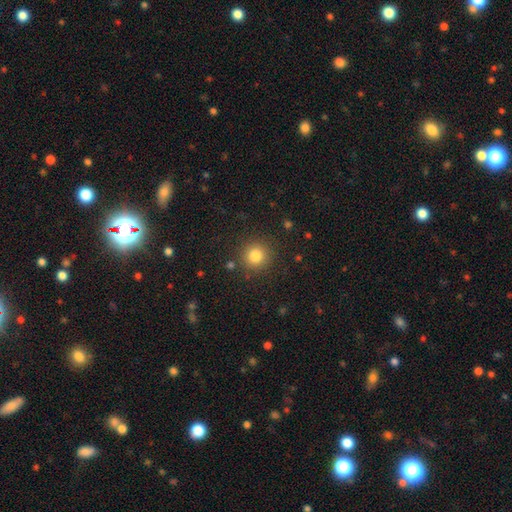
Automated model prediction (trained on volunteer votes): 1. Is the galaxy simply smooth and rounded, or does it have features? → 82% smooth, 12% star or artifact, 6% featured or disk.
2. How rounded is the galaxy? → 93% round, 6% in between, 1% cigar-shaped.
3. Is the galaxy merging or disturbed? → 87% none, 7% minor disturbance, 3% major disturbance, 2% merger.